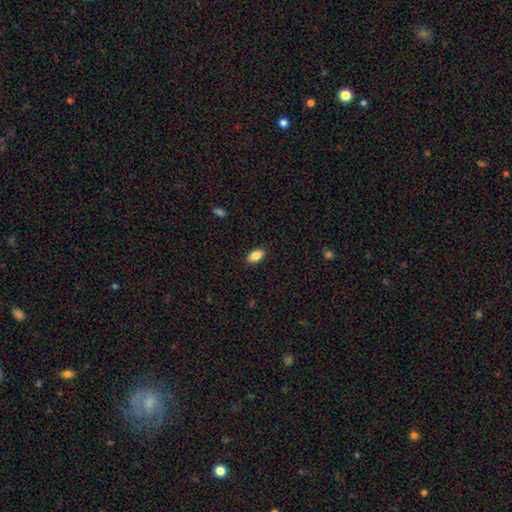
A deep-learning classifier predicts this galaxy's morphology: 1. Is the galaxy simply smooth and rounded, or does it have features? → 88% smooth, 7% star or artifact, 5% featured or disk.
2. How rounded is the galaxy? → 92% in between, 4% round, 4% cigar-shaped.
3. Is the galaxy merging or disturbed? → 89% none, 8% minor disturbance, 2% major disturbance, 1% merger.